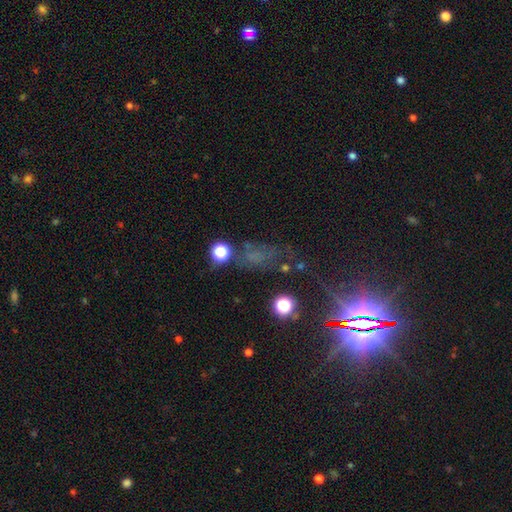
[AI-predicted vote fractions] smooth-or-featured: star or artifact: 51% | smooth: 32% | featured or disk: 18%